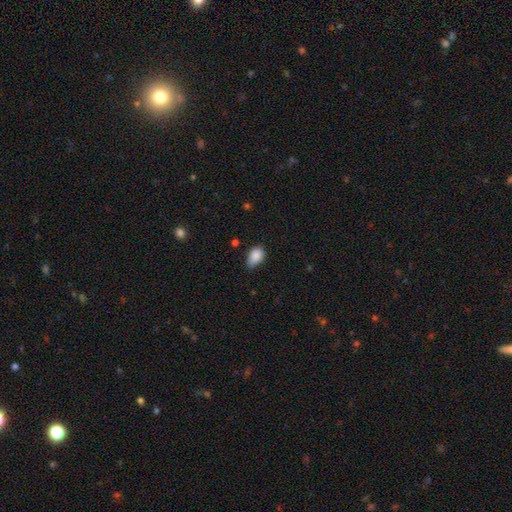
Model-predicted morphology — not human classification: smooth_or_featured: smooth (p=0.87) [alt: star or artifact p=0.08]
how_rounded: in between (p=0.87) [alt: round p=0.12]
merging: none (p=0.51) [alt: minor disturbance p=0.41]